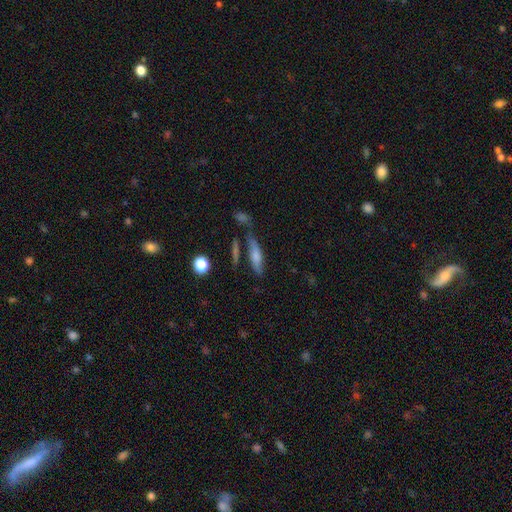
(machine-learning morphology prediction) This appears to be a smooth galaxy with no disk features (64%) that is cigar-shaped (65%). Merging: none (56%).